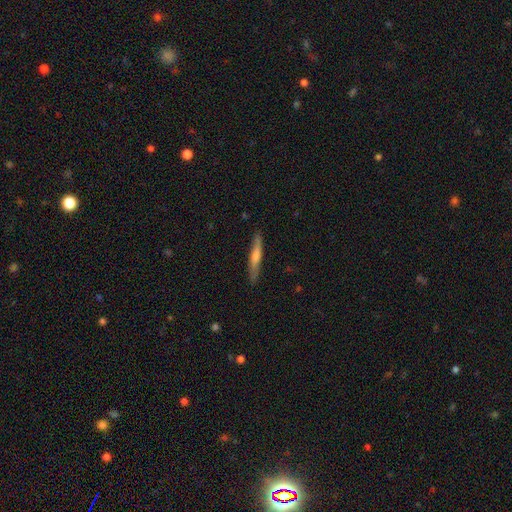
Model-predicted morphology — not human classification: Smooth or featured? Predicted: smooth (p=0.50). Merging? Predicted: none (p=0.87).